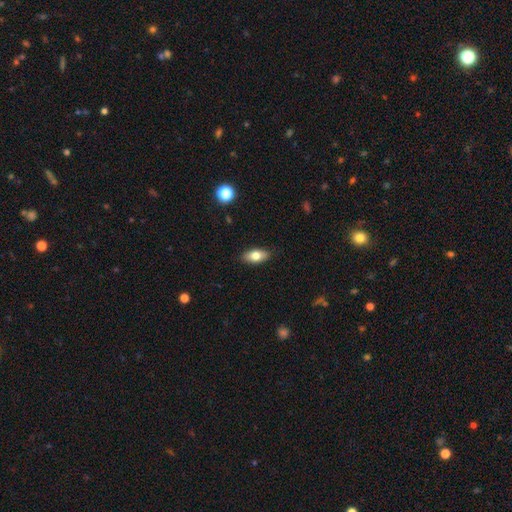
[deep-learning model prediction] smooth-or-featured: smooth: 75% | featured or disk: 17% | star or artifact: 8%
  how-rounded: in between: 86% | cigar-shaped: 9% | round: 5%
  merging: none: 89% | minor disturbance: 9% | major disturbance: 2% | merger: 1%